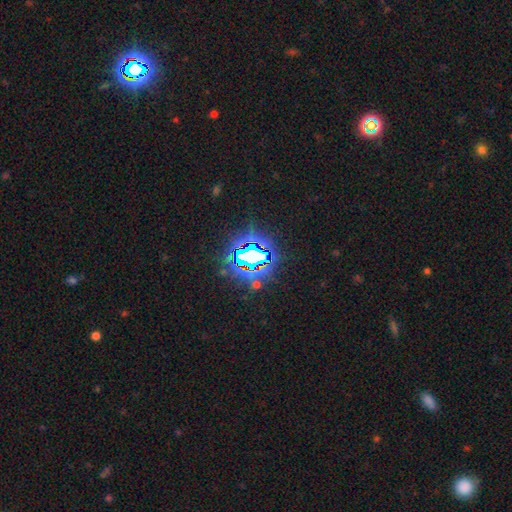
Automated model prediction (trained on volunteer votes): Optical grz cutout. It shows a star or artifact, not a galaxy (78%).